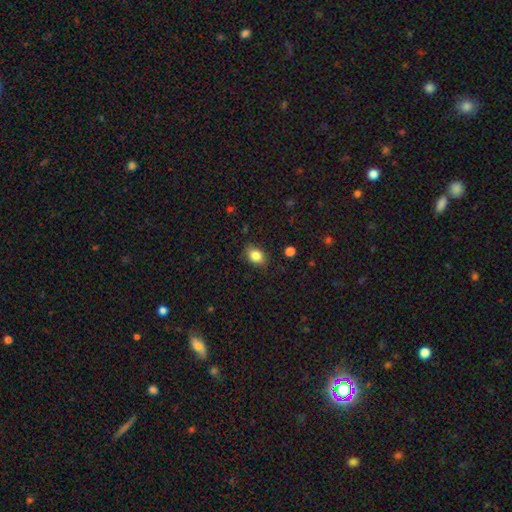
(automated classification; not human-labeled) Smooth or featured? smooth (86%)
How rounded? in between (77%)
Merging? none (82%)